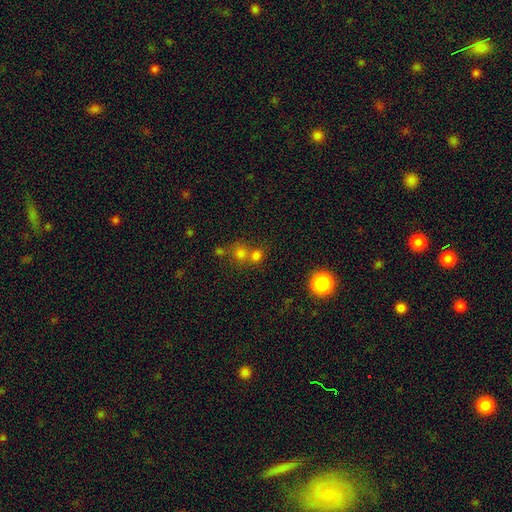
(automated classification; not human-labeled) Smooth or featured?
  - smooth: 71% *
  - star or artifact: 21%
  - featured or disk: 9%
How rounded?
  - round: 84% *
  - in between: 15%
  - cigar-shaped: 1%
Merging?
  - none: 49% *
  - merger: 41%
  - minor disturbance: 7%
  - major disturbance: 4%